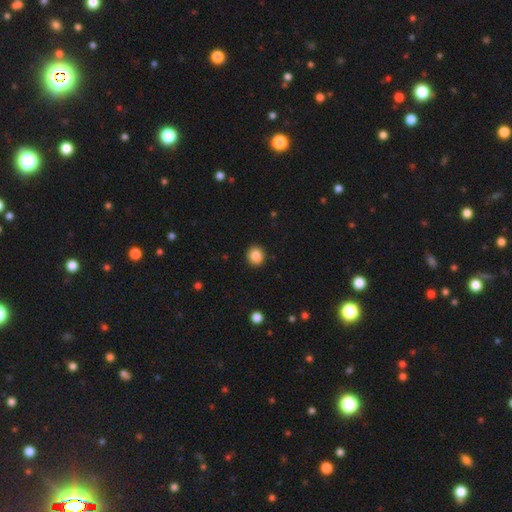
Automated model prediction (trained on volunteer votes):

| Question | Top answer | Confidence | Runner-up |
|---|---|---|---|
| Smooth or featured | smooth | 86% | star or artifact (10%) |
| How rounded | round | 86% | in between (13%) |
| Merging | none | 92% | minor disturbance (6%) |